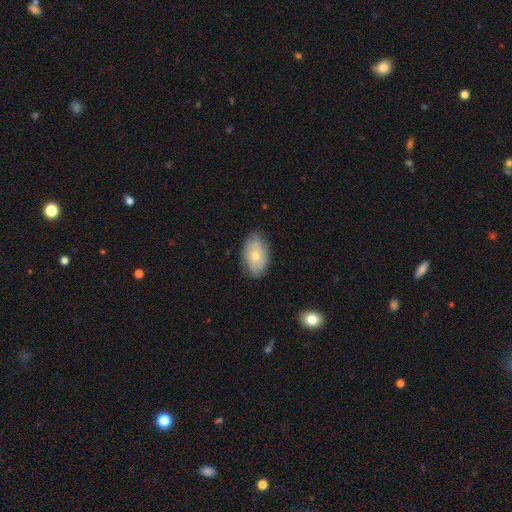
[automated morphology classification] smooth-or-featured: smooth: 58% | featured or disk: 35% | star or artifact: 7%
  how-rounded: in between: 90% | round: 8% | cigar-shaped: 2%
  merging: none: 78% | minor disturbance: 17% | major disturbance: 3% | merger: 1%